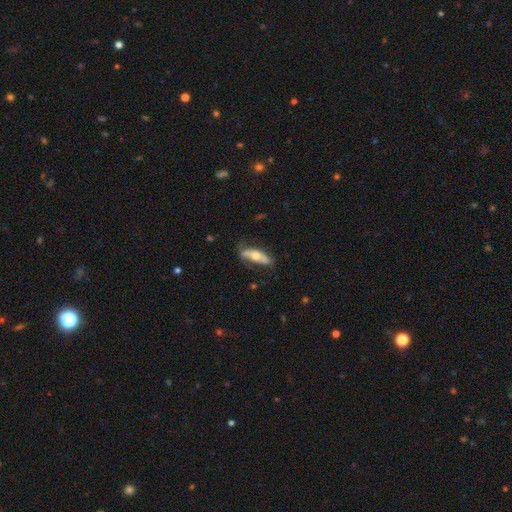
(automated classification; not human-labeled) Morphology: type=smooth (49%); merging=none (66%).